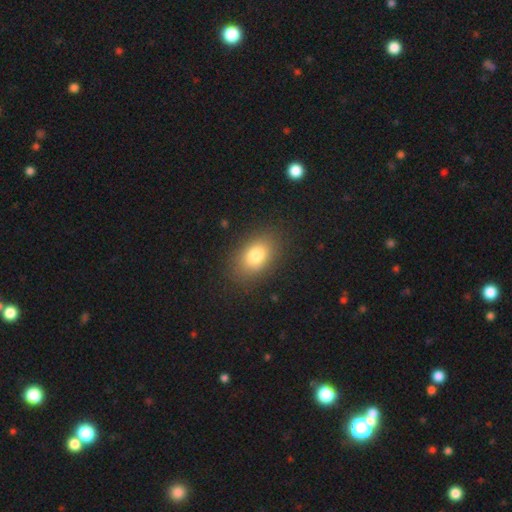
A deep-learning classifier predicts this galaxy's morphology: smooth_or_featured: smooth (p=0.80) [alt: featured or disk p=0.11]
how_rounded: in between (p=0.83) [alt: round p=0.15]
merging: none (p=0.85) [alt: minor disturbance p=0.10]